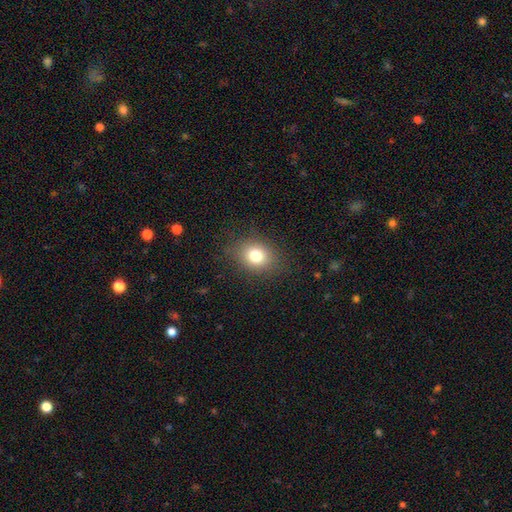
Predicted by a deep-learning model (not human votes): Q: Smooth or featured?
A: smooth (78%); runner-up: star or artifact (13%)
Q: How rounded?
A: round (54%); runner-up: in between (45%)
Q: Merging?
A: none (85%); runner-up: minor disturbance (10%)